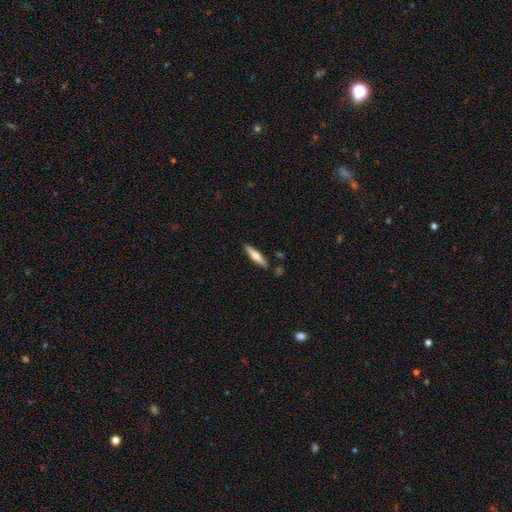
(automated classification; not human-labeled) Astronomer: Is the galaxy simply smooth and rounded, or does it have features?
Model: smooth — 61%.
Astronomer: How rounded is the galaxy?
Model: cigar-shaped — 81%.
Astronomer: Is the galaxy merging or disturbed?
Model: none — 85%.